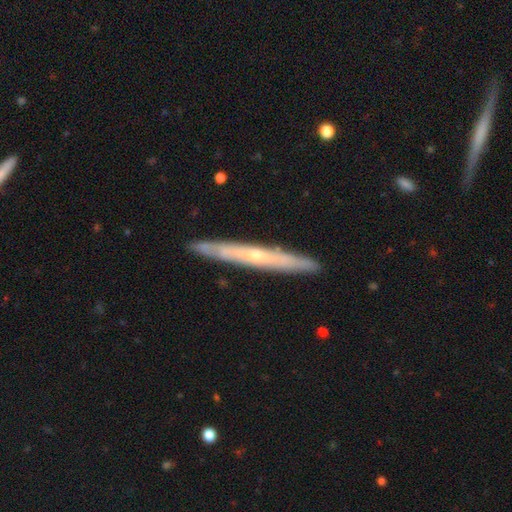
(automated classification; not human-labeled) A featured or disk galaxy (68%) viewed edge-on (92%) with a rounded central bulge (53%). Merging: none (90%).